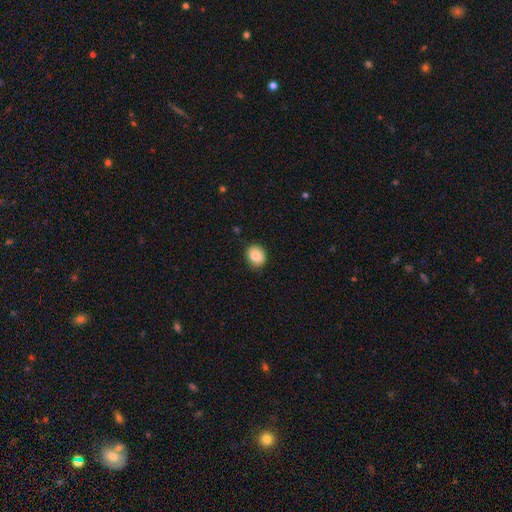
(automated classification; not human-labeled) Q: Smooth or featured?
A: smooth (83%); runner-up: star or artifact (9%)
Q: How rounded?
A: round (65%); runner-up: in between (34%)
Q: Merging?
A: none (84%); runner-up: minor disturbance (13%)